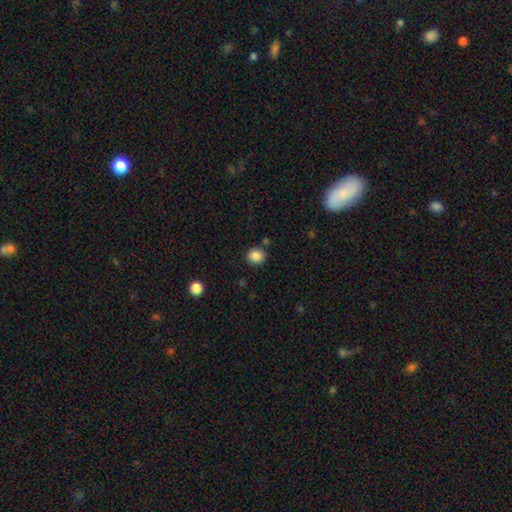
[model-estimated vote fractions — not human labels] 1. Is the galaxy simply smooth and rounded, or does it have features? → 87% smooth, 10% star or artifact, 4% featured or disk.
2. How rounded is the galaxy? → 81% round, 18% in between, 1% cigar-shaped.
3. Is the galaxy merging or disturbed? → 83% none, 10% minor disturbance, 5% merger, 3% major disturbance.